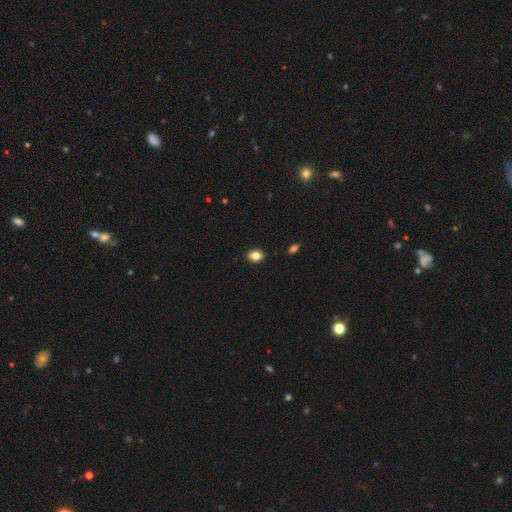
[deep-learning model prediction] smooth_or_featured: smooth (p=0.84) [alt: star or artifact p=0.09]
how_rounded: in between (p=0.73) [alt: round p=0.26]
merging: none (p=0.89) [alt: minor disturbance p=0.08]